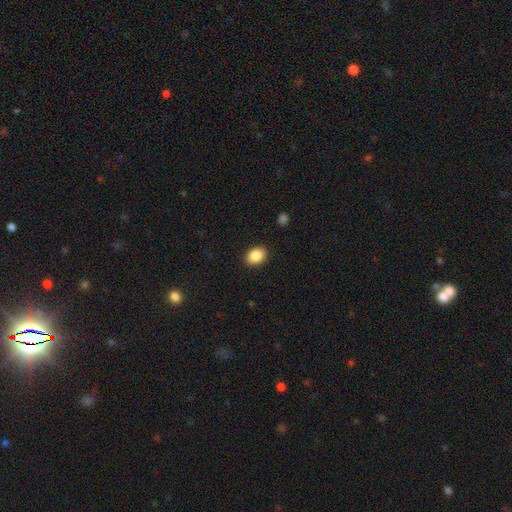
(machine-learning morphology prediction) type=smooth (87%); roundness=in between (65%); merging=none (89%).